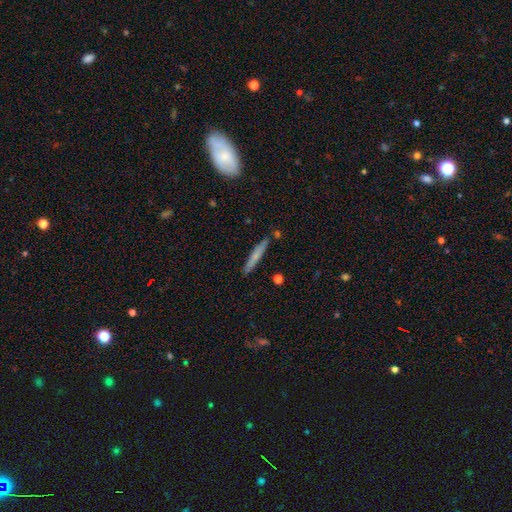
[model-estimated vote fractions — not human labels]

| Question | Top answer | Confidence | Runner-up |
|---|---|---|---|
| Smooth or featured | smooth | 59% | featured or disk (34%) |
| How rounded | cigar-shaped | 94% | in between (4%) |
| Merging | none | 85% | minor disturbance (10%) |